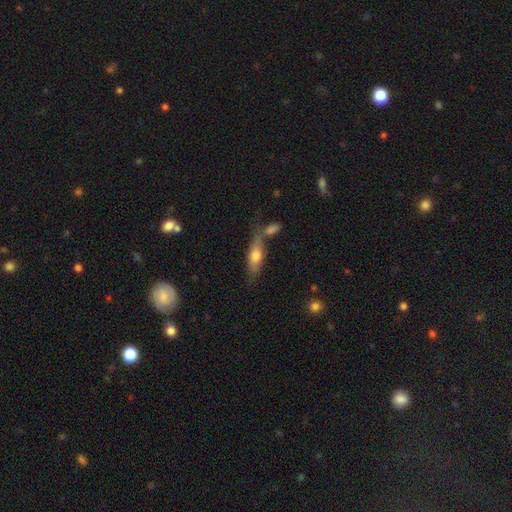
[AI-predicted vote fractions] smooth 59%, featured or disk 35%, star or artifact 7%. Down the decision tree: how rounded — in between (52%); merging — none (51%).